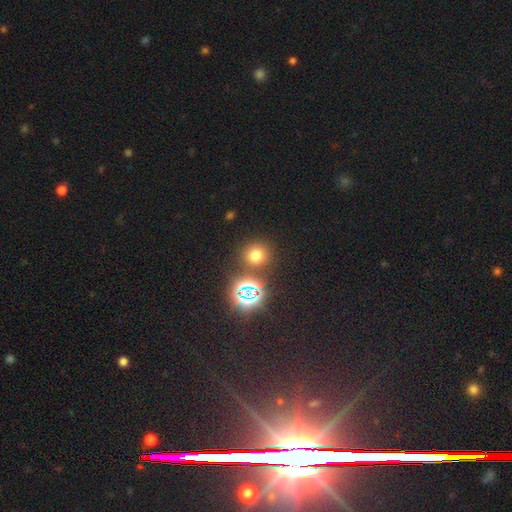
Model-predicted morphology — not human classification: Smooth or featured? Predicted: smooth (p=0.64). How rounded? Predicted: round (p=0.91). Merging? Predicted: none (p=0.82).